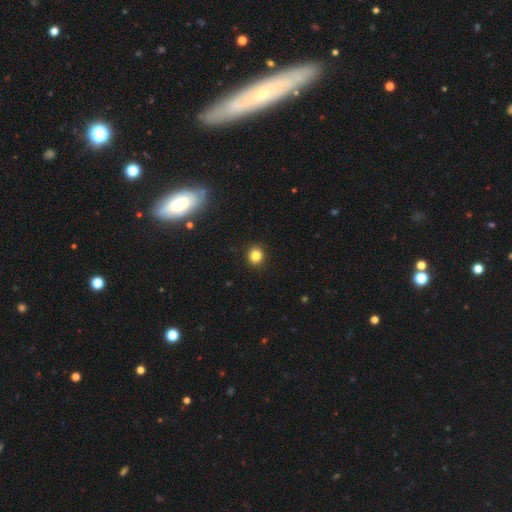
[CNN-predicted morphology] smooth_or_featured: smooth (p=0.83) [alt: star or artifact p=0.12]
how_rounded: round (p=0.88) [alt: in between p=0.11]
merging: none (p=0.92) [alt: minor disturbance p=0.06]